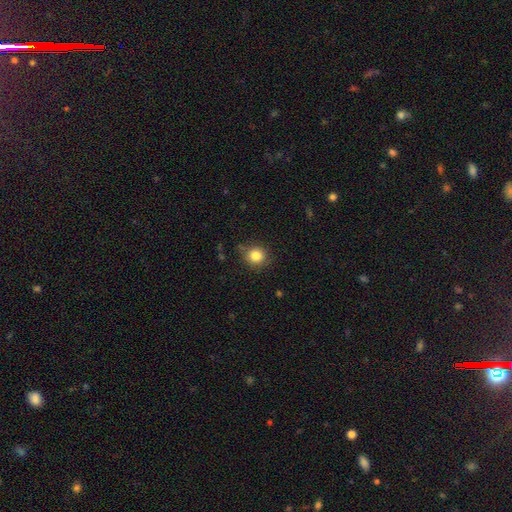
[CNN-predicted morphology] Q: Smooth or featured?
A: smooth (84%); runner-up: star or artifact (11%)
Q: How rounded?
A: round (87%); runner-up: in between (12%)
Q: Merging?
A: none (81%); runner-up: minor disturbance (14%)